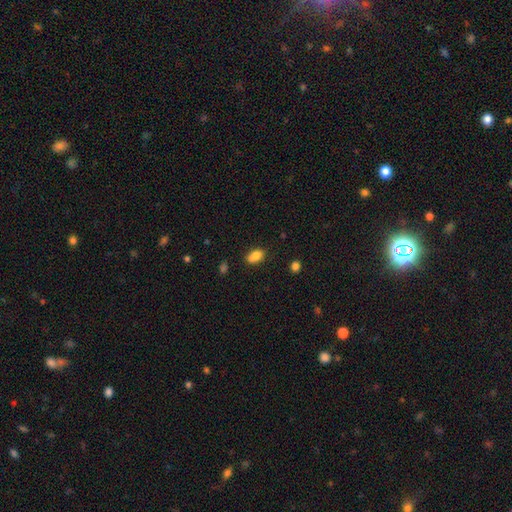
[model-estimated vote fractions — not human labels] A smooth galaxy with no disk features (81%) that is in between round and cigar-shaped (80%).

Vote fractions:
- Smooth or featured? smooth: 81% / star or artifact: 10% / featured or disk: 10%
- How rounded? in between: 80% / round: 18% / cigar-shaped: 3%
- Merging? none: 57% / minor disturbance: 23% / merger: 14% / major disturbance: 5%